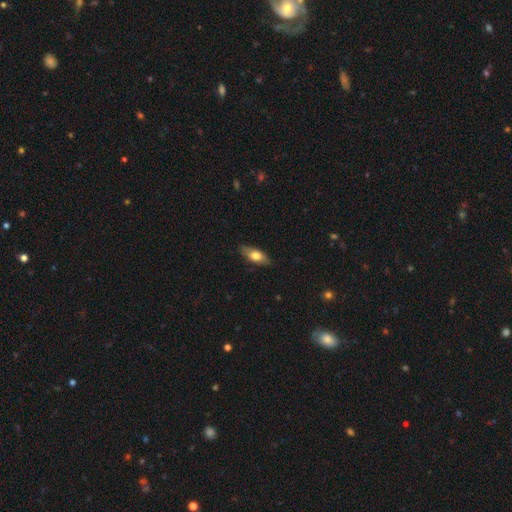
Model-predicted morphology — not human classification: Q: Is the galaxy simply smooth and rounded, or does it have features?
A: smooth — 68%.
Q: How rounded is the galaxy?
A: in between — 75%.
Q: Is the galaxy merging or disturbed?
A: none — 84%.